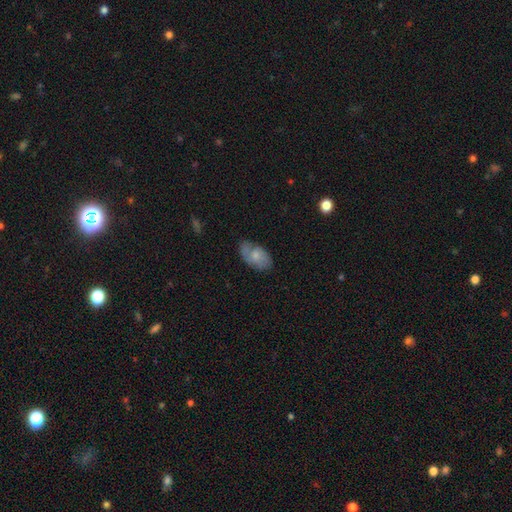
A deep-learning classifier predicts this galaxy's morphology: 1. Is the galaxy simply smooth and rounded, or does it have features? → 56% smooth, 37% featured or disk, 7% star or artifact.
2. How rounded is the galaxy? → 92% in between, 6% round, 2% cigar-shaped.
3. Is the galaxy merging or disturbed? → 62% none, 28% minor disturbance, 9% major disturbance, 2% merger.